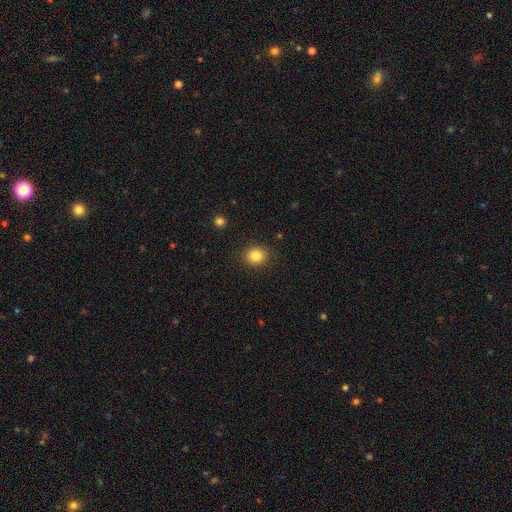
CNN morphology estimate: Overall: smooth (83%). How rounded: round (76%). Merging: none (89%).